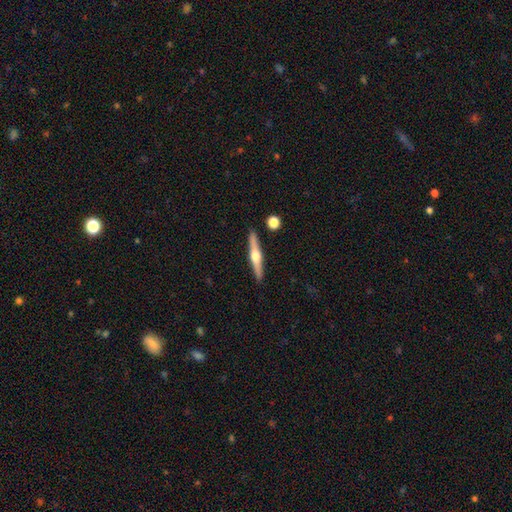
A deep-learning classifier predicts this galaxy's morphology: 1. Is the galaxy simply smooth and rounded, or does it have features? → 72% featured or disk, 23% smooth, 5% star or artifact.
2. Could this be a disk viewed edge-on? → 98% yes, 2% no.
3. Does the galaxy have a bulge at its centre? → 94% rounded, 3% boxy, 3% none.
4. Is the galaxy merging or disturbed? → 90% none, 6% minor disturbance, 3% merger, 1% major disturbance.